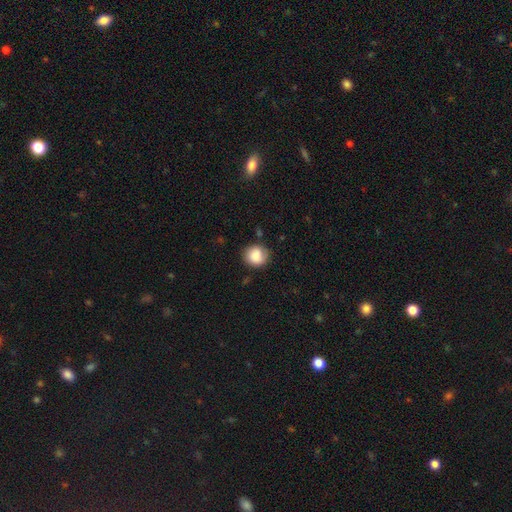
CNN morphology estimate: Smooth or featured: smooth — 85% (star or artifact — 8%)
How rounded: round — 85% (in between — 14%)
Merging: none — 78% (minor disturbance — 16%)